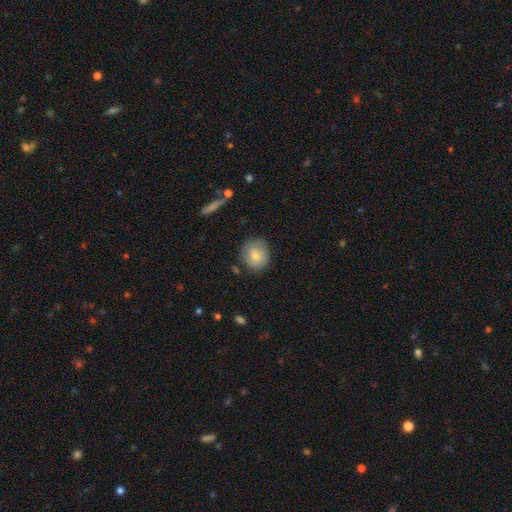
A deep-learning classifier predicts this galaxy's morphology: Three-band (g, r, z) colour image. It shows a smooth galaxy with no disk features (76%) that is round (78%). Merging: none (77%).